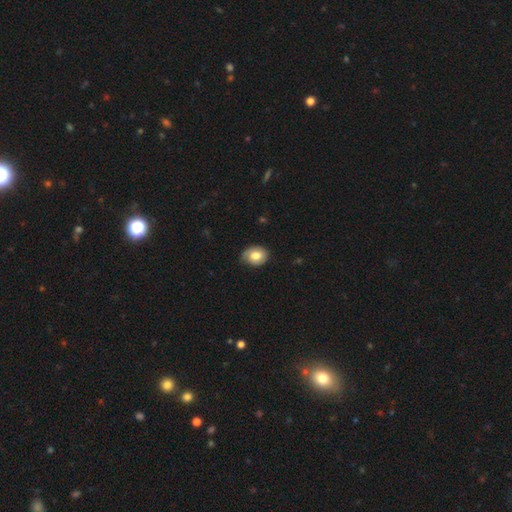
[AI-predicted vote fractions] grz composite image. It shows a smooth galaxy with no disk features (71%) that is in between round and cigar-shaped (51%). Merging: none (69%).